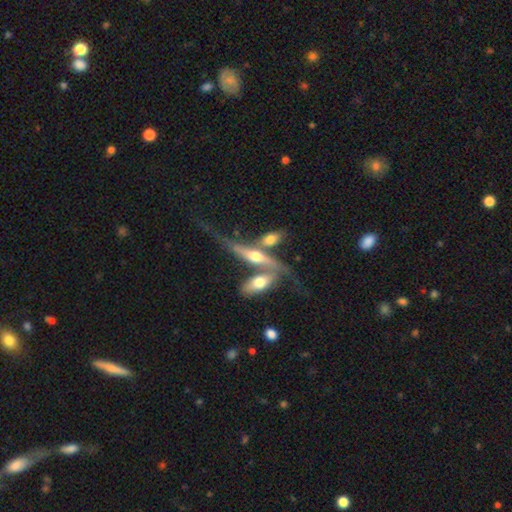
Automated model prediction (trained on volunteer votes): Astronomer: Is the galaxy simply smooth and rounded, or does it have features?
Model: featured or disk — 66%.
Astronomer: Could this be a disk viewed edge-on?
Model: yes — 76%.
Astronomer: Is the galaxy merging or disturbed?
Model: merger — 48% (runner-up: none, 30%).